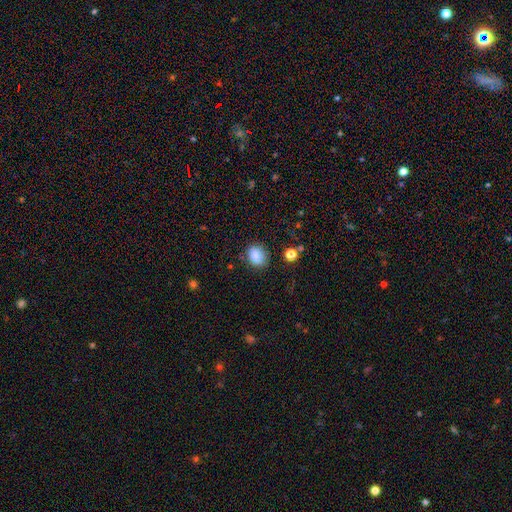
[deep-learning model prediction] smooth-or-featured: smooth: 84% | star or artifact: 10% | featured or disk: 6%
  how-rounded: round: 51% | in between: 48% | cigar-shaped: 1%
  merging: none: 78% | minor disturbance: 16% | major disturbance: 4% | merger: 3%